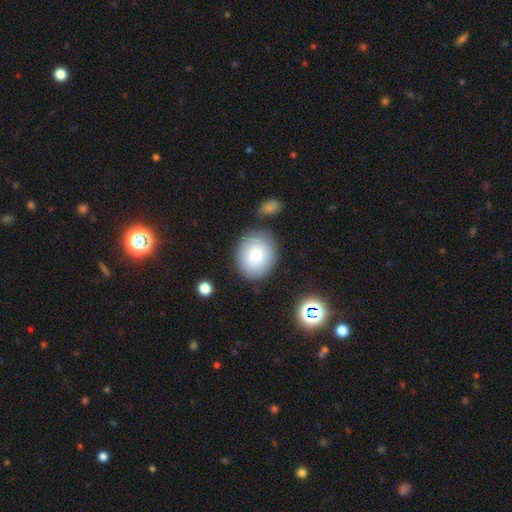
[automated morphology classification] Smooth or featured? Predicted: smooth (p=0.84). How rounded? Predicted: round (p=0.64). Merging? Predicted: none (p=0.78).